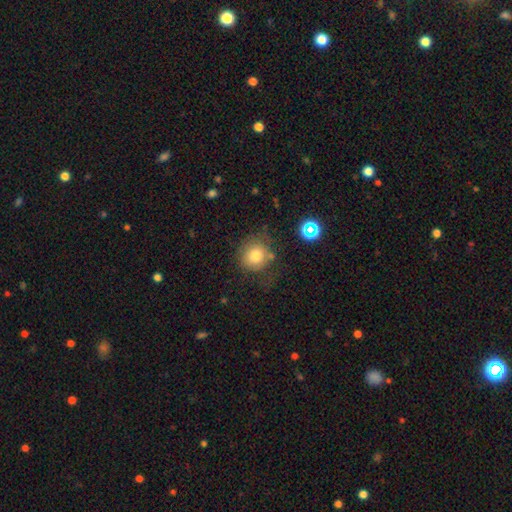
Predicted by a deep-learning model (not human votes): This appears to be a smooth galaxy with no disk features (77%) that is round (86%). Merging: none (64%).